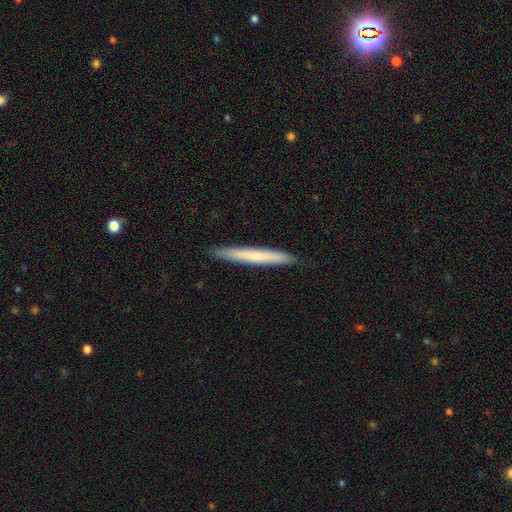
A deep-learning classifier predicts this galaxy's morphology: Smooth or featured?
  - smooth: 63% *
  - featured or disk: 31%
  - star or artifact: 6%
How rounded?
  - cigar-shaped: 97% *
  - in between: 2%
  - round: 1%
Merging?
  - none: 91% *
  - minor disturbance: 7%
  - major disturbance: 1%
  - merger: 1%